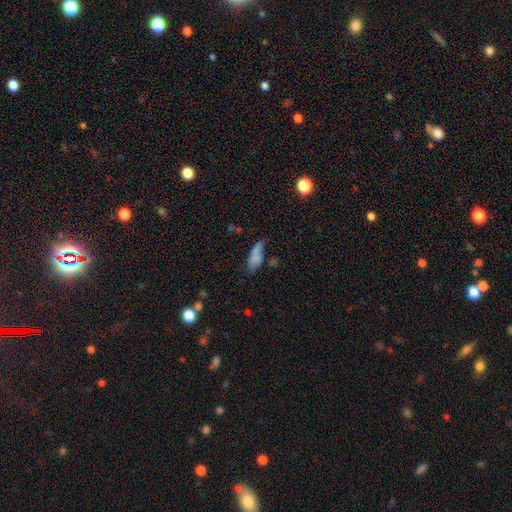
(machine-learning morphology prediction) smooth-or-featured: smooth: 73% | featured or disk: 17% | star or artifact: 11%
  how-rounded: in between: 71% | cigar-shaped: 26% | round: 4%
  merging: none: 35% | minor disturbance: 30% | major disturbance: 23% | merger: 12%